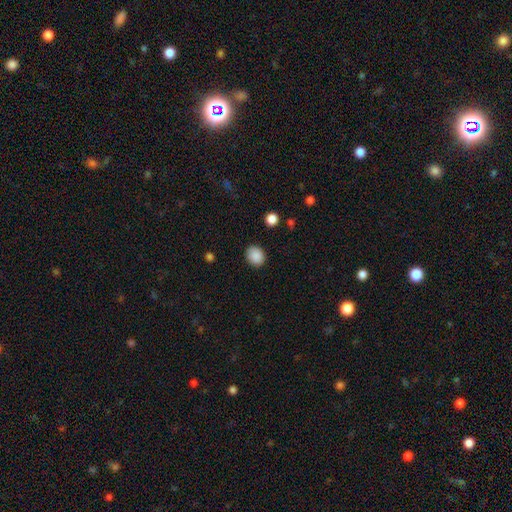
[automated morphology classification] smooth 88%, star or artifact 9%, featured or disk 3%. Down the decision tree: how rounded — round (64%); merging — none (86%).